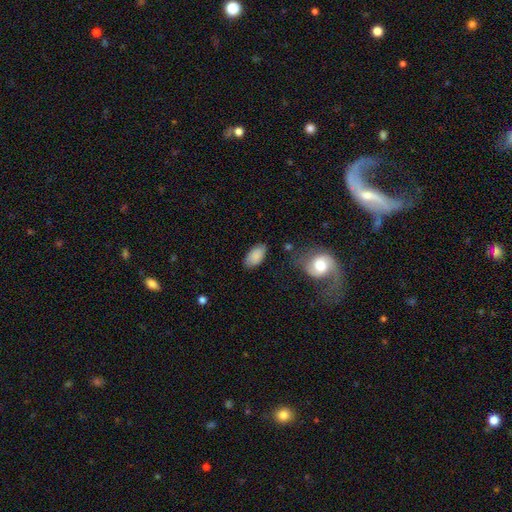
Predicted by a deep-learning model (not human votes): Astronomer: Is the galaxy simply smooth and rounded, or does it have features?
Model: smooth — 84%.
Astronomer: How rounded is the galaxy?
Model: in between — 94%.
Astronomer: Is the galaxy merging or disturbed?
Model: none — 76%.